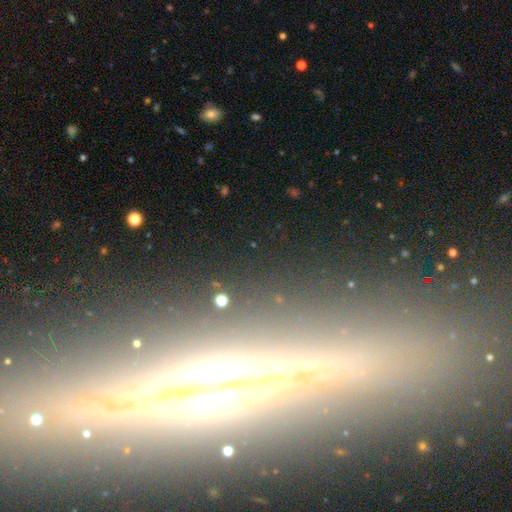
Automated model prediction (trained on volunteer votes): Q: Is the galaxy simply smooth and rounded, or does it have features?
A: featured or disk — 75%.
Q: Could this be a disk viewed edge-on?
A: yes — 91%.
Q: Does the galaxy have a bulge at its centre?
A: rounded — 79%.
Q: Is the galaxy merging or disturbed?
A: none — 85%.